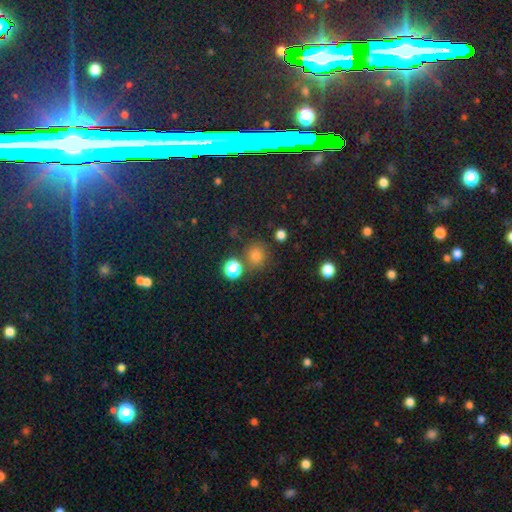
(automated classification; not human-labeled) Smooth or featured: smooth — 75% (star or artifact — 19%)
How rounded: round — 87% (in between — 12%)
Merging: none — 79% (merger — 9%)